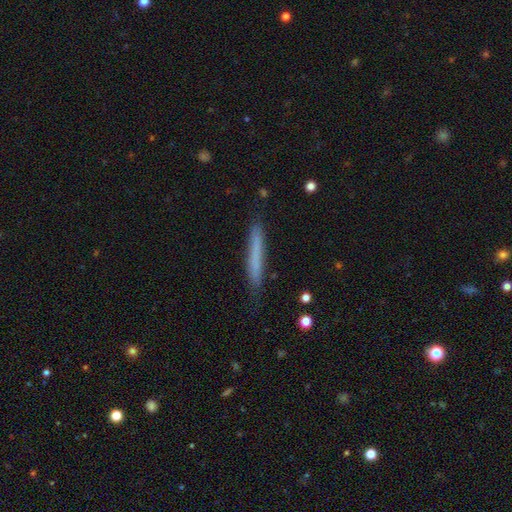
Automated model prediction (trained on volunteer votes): Smooth or featured? smooth (67%)
How rounded? cigar-shaped (96%)
Merging? none (82%)